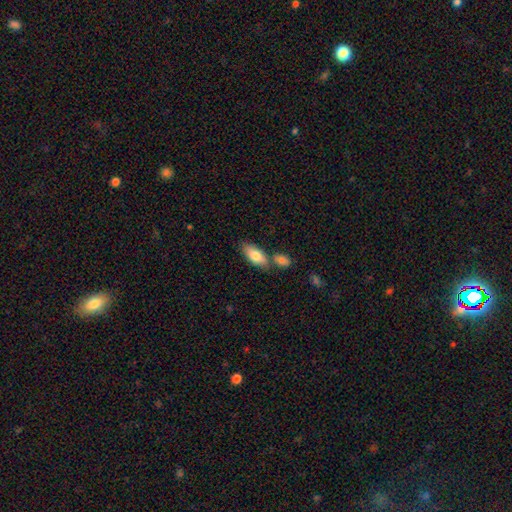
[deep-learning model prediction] smooth-or-featured: smooth: 80% | featured or disk: 14% | star or artifact: 6%
  how-rounded: in between: 85% | cigar-shaped: 13% | round: 2%
  merging: none: 60% | merger: 24% | minor disturbance: 13% | major disturbance: 3%